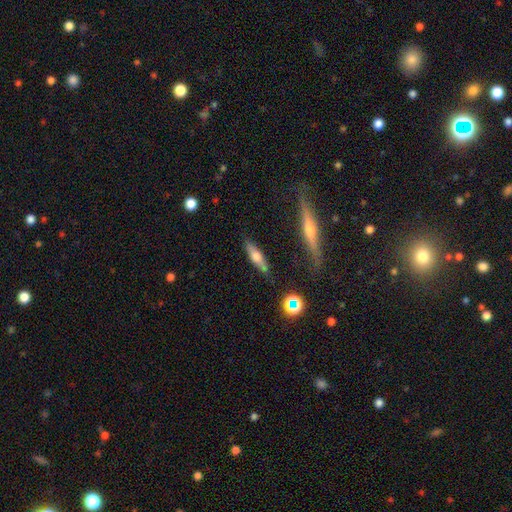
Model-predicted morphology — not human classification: Smooth or featured?
  - smooth: 51% *
  - featured or disk: 41%
  - star or artifact: 8%
How rounded?
  - cigar-shaped: 65% *
  - in between: 32%
  - round: 3%
Merging?
  - none: 81% *
  - minor disturbance: 13%
  - major disturbance: 3%
  - merger: 3%